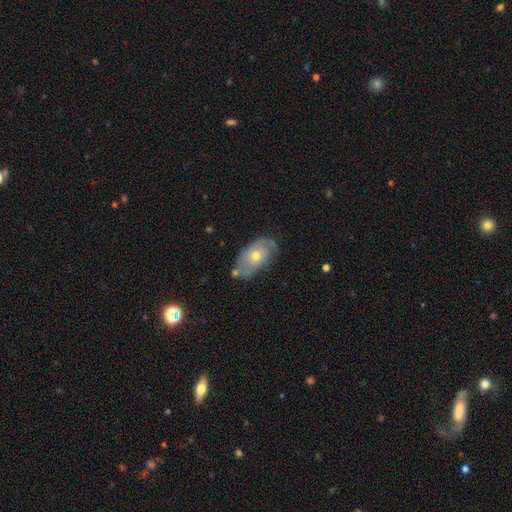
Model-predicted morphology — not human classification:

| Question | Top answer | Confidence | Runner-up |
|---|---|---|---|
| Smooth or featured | featured or disk | 60% | smooth (32%) |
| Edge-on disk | no | 92% | yes (8%) |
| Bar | no | 84% | weak (14%) |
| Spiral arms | yes | 70% | no (30%) |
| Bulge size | moderate | 60% | small (36%) |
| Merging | none | 62% | minor disturbance (25%) |